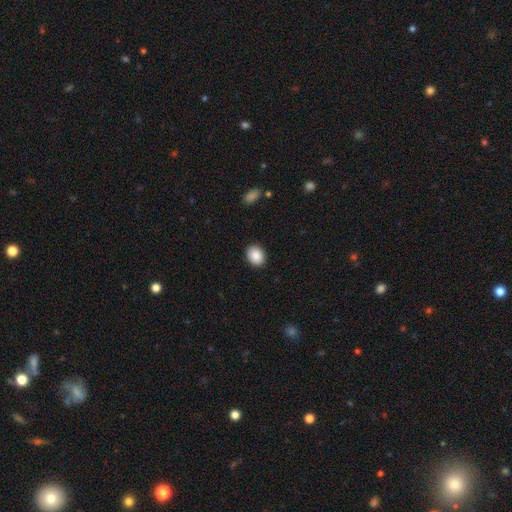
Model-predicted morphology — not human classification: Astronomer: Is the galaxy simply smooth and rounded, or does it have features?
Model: smooth — 89%.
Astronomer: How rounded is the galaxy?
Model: in between — 55% (runner-up: round, 44%).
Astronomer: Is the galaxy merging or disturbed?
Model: none — 89%.